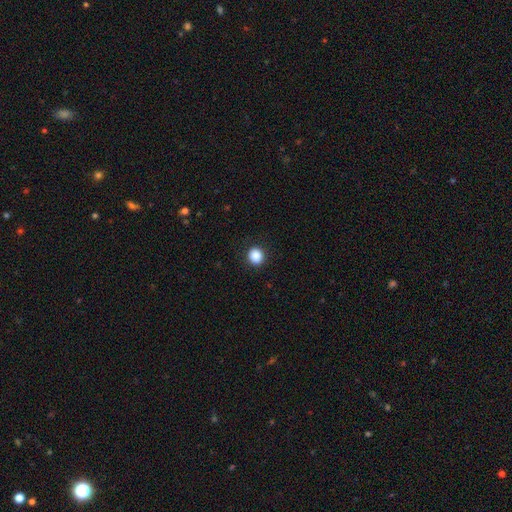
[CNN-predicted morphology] type=smooth (88%); roundness=round (87%); merging=none (91%).